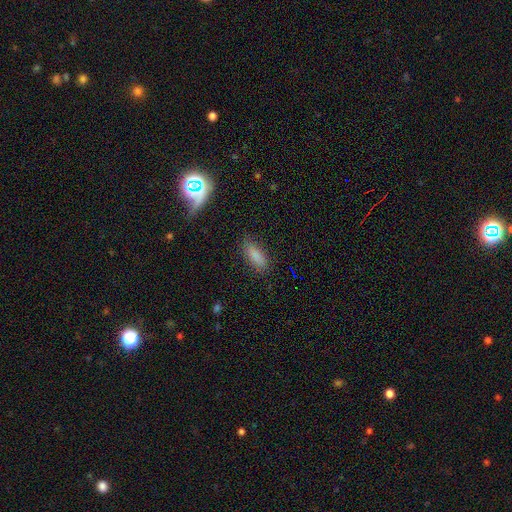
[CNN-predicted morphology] smooth-or-featured: smooth: 83% | star or artifact: 10% | featured or disk: 7%
  how-rounded: in between: 61% | cigar-shaped: 36% | round: 2%
  merging: none: 82% | minor disturbance: 13% | major disturbance: 3% | merger: 2%